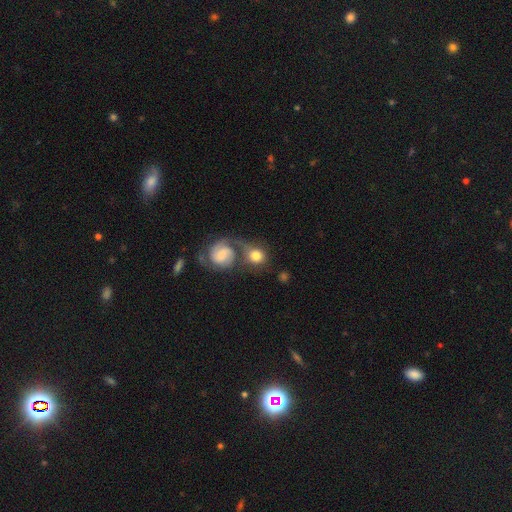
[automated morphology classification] Smooth or featured: smooth — 64% (featured or disk — 29%)
How rounded: round — 83% (in between — 16%)
Merging: none — 41% (merger — 38%)